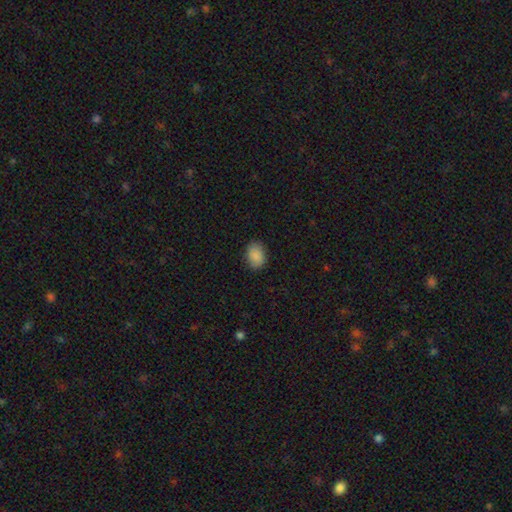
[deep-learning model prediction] smooth 88%, star or artifact 7%, featured or disk 4%. Down the decision tree: how rounded — in between (76%); merging — none (85%).